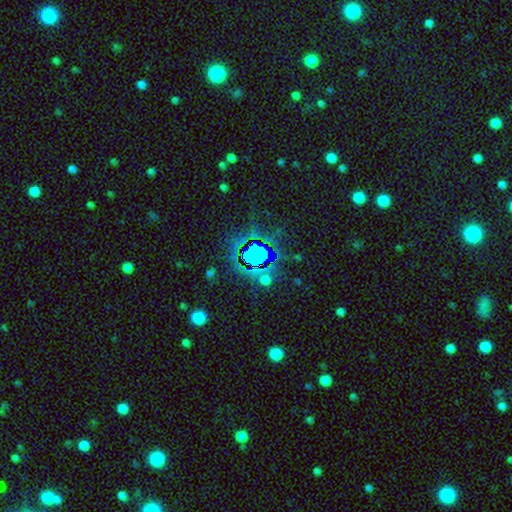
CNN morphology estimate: Smooth or featured: star or artifact — 68% (smooth — 21%)